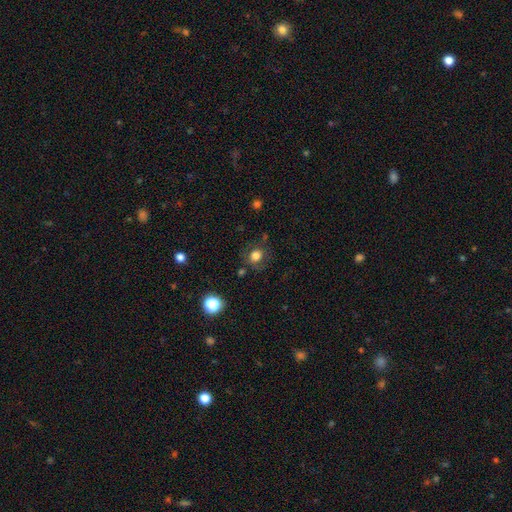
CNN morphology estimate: Q: Smooth or featured?
A: smooth (76%); runner-up: featured or disk (12%)
Q: How rounded?
A: round (71%); runner-up: in between (28%)
Q: Merging?
A: none (74%); runner-up: minor disturbance (16%)